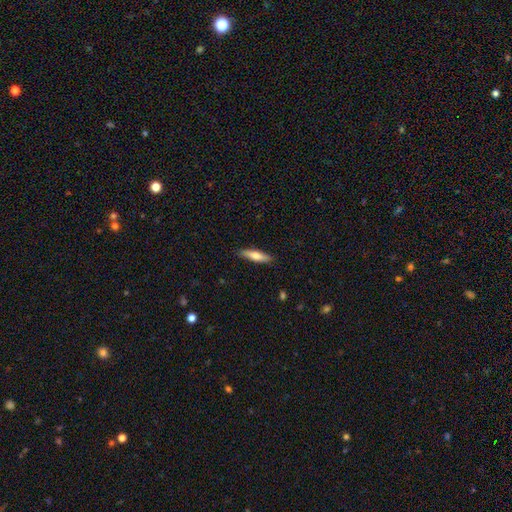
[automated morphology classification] smooth_or_featured: smooth (p=0.66) [alt: featured or disk p=0.28]
how_rounded: cigar-shaped (p=0.73) [alt: in between p=0.26]
merging: none (p=0.88) [alt: minor disturbance p=0.09]